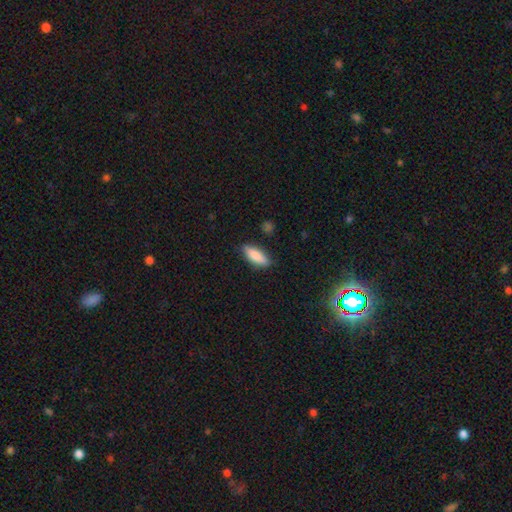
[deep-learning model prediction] Overall: smooth (80%). How rounded: in between (58%; cigar-shaped 40%). Merging: none (83%).